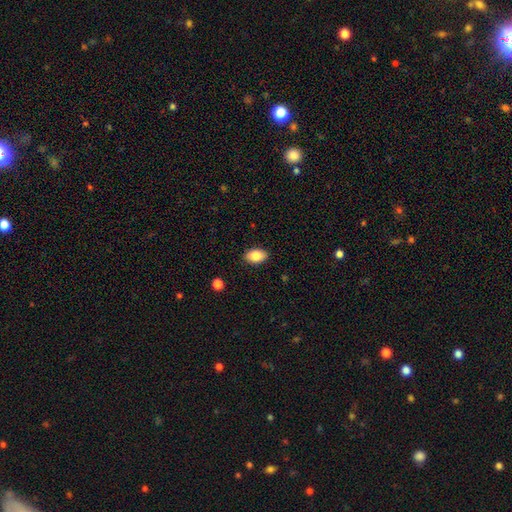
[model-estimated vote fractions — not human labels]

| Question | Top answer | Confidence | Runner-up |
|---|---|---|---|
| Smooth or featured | smooth | 86% | star or artifact (8%) |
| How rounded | in between | 90% | round (9%) |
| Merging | none | 88% | minor disturbance (9%) |